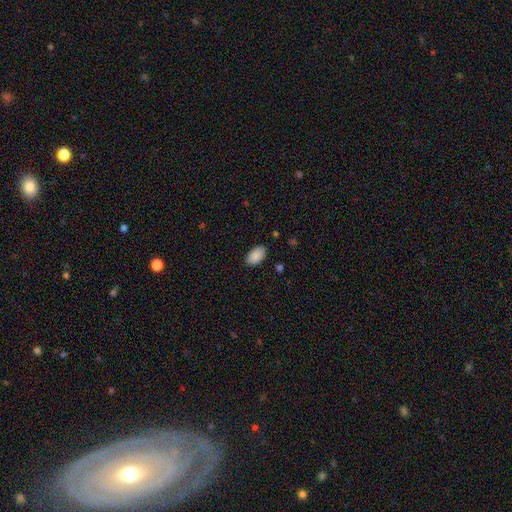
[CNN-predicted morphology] This is clearly a smooth galaxy (89%). How rounded: clearly in between (94%). Merging: clearly none (85%).